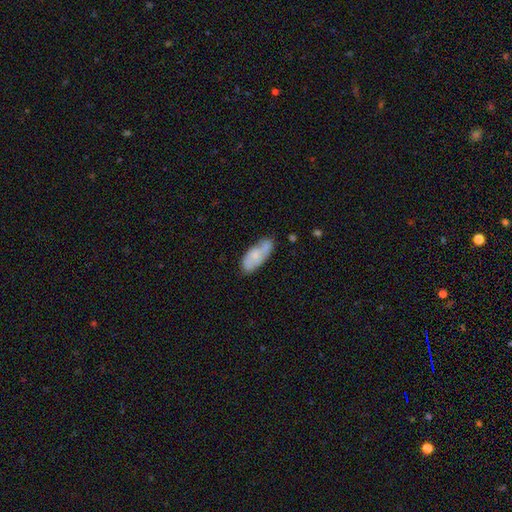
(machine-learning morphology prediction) type=smooth (57%); roundness=in between (79%); merging=none (60%).